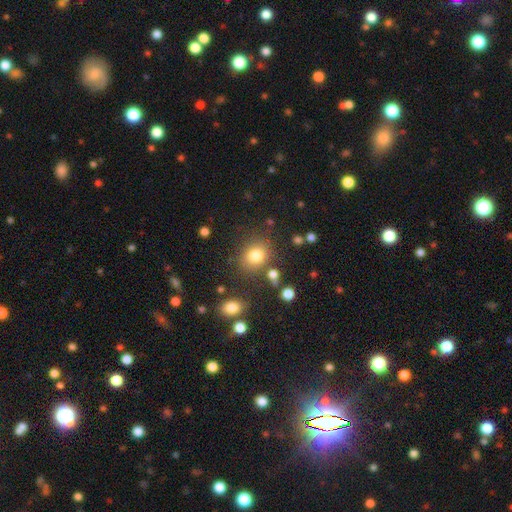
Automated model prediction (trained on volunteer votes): This is likely a smooth galaxy (79%). How rounded: likely round (62%). Merging: likely none (75%).